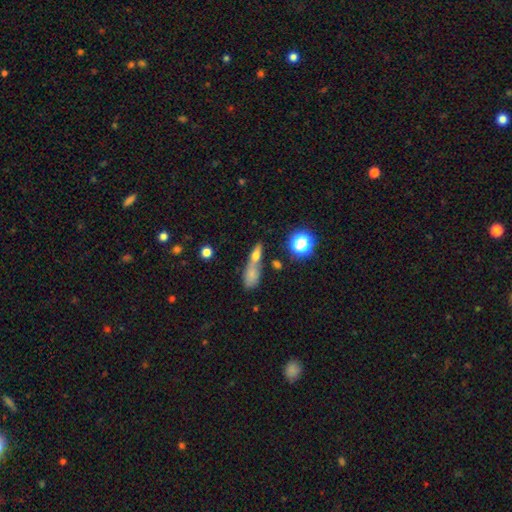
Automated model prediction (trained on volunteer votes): Smooth or featured? smooth (64%)
How rounded? in between (46%)
Merging? merger (46%)